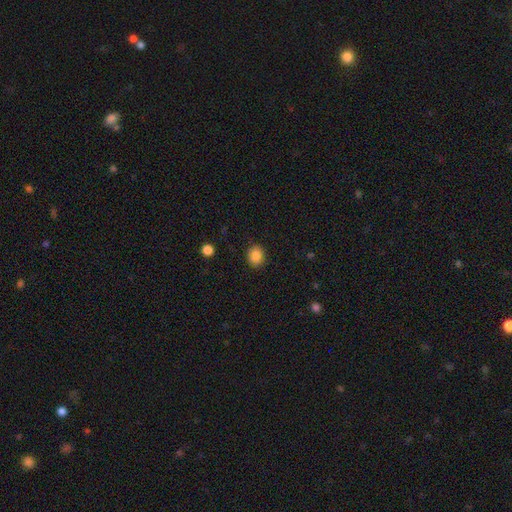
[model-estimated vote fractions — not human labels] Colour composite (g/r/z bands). It shows a smooth galaxy with no disk features (86%) that is round (68%). Merging: none (88%).